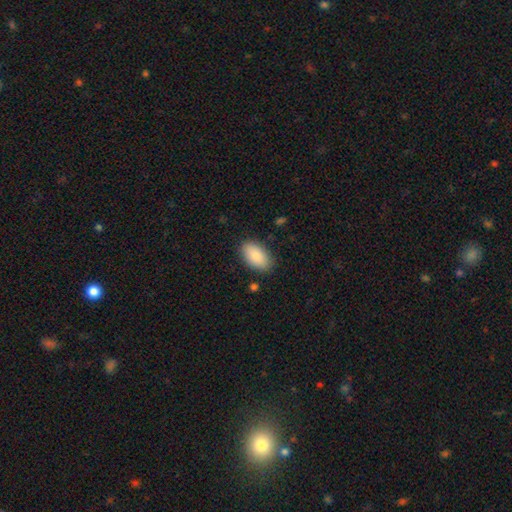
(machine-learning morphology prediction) A smooth galaxy with no disk features (85%) that is in between round and cigar-shaped (94%). Merging: none (85%).